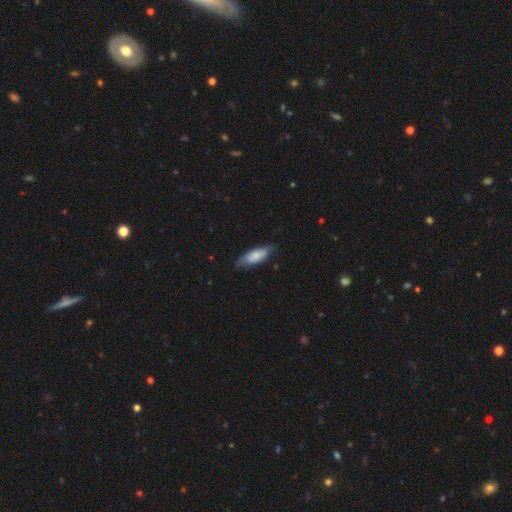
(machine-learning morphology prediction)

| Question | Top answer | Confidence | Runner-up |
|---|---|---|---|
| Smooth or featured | smooth | 70% | featured or disk (24%) |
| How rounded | in between | 71% | cigar-shaped (27%) |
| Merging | none | 71% | minor disturbance (23%) |